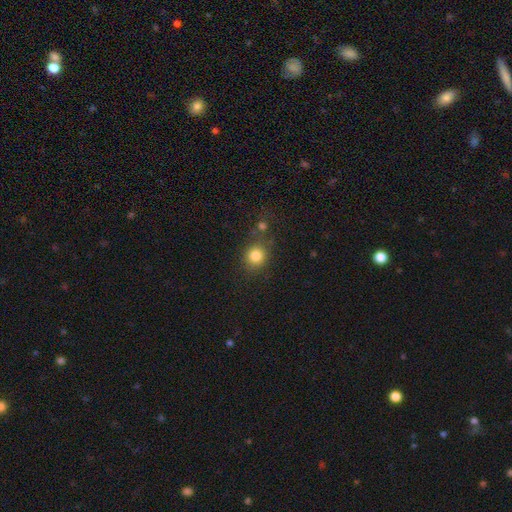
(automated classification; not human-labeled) Overall: smooth (82%). How rounded: round (83%). Merging: none (73%).